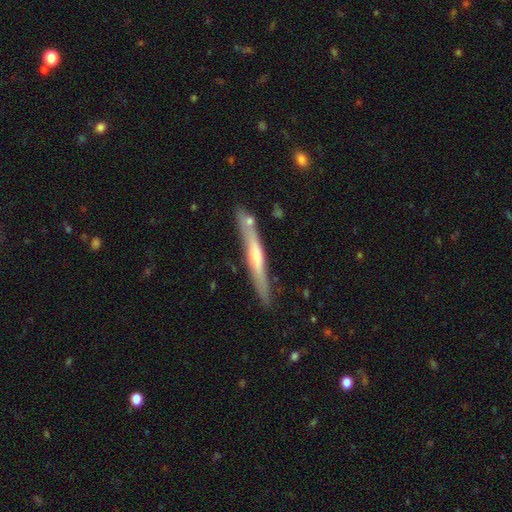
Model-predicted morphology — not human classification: Overall: featured or disk (58%; smooth 36%). Edge-on disk: yes (94%). Edge-on bulge: rounded (58%; none 34%). Merging: none (82%).